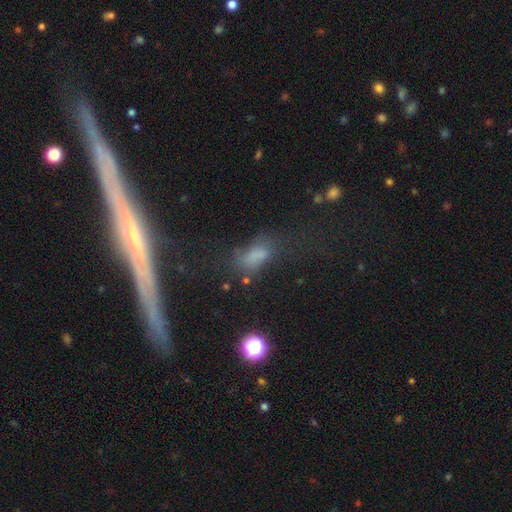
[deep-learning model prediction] Smooth or featured: smooth — 63% (star or artifact — 22%)
How rounded: in between — 77% (cigar-shaped — 13%)
Merging: none — 45% (major disturbance — 25%)